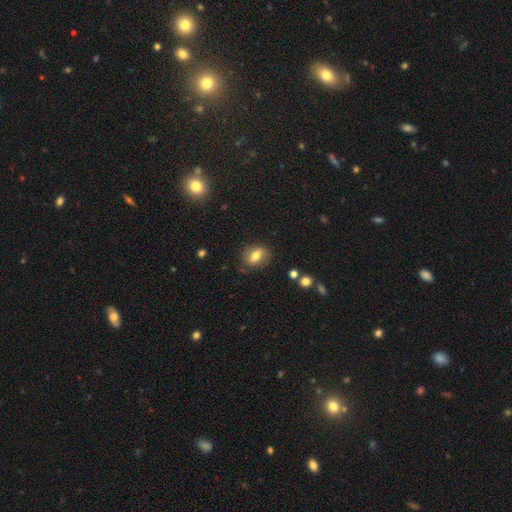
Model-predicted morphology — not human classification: A smooth galaxy with no disk features (69%) that is in between round and cigar-shaped (66%). Merging: none (78%).